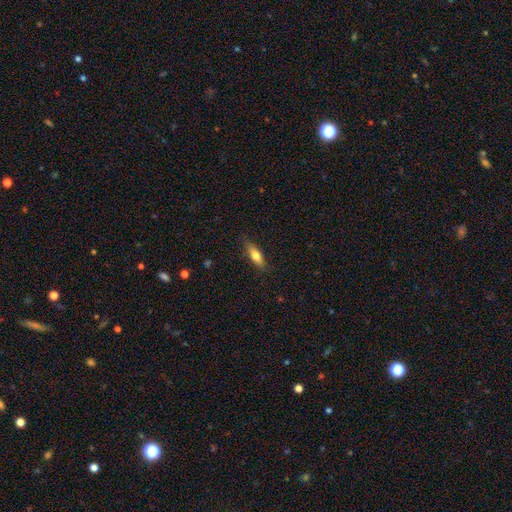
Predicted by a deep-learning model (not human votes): A smooth galaxy with no disk features (69%) that is in between round and cigar-shaped (52%).

Vote fractions:
- Smooth or featured? smooth: 69% / featured or disk: 24% / star or artifact: 7%
- How rounded? in between: 52% / cigar-shaped: 46% / round: 3%
- Merging? none: 81% / minor disturbance: 15% / major disturbance: 3% / merger: 1%